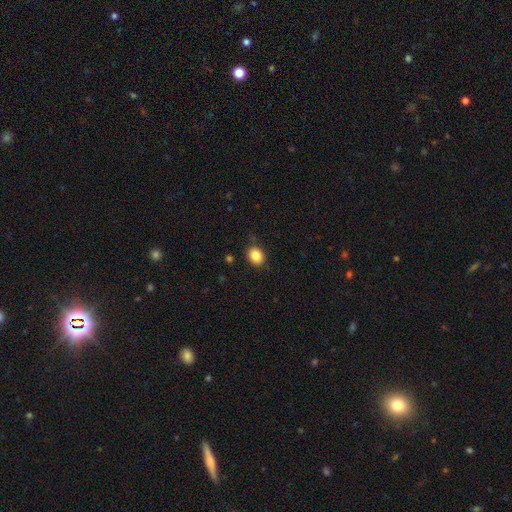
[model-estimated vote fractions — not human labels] smooth_or_featured: smooth (p=0.86) [alt: star or artifact p=0.09]
how_rounded: round (p=0.53) [alt: in between p=0.46]
merging: none (p=0.84) [alt: minor disturbance p=0.11]